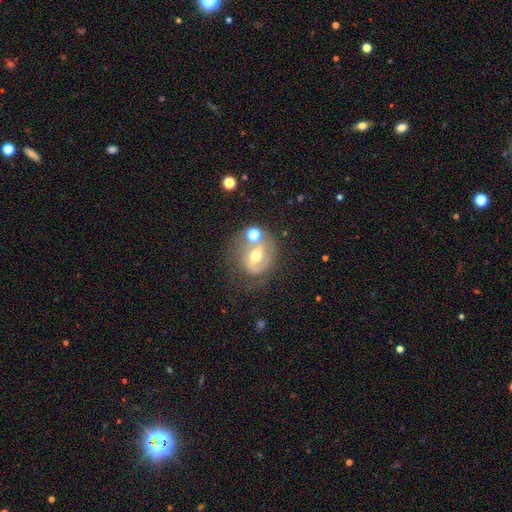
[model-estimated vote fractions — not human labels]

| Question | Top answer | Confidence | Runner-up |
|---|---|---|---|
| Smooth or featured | featured or disk | 56% | smooth (33%) |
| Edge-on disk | no | 95% | yes (5%) |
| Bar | weak | 38% | no (31%) |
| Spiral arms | yes | 52% | no (48%) |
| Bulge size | moderate | 70% | small (20%) |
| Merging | none | 47% | merger (20%) |